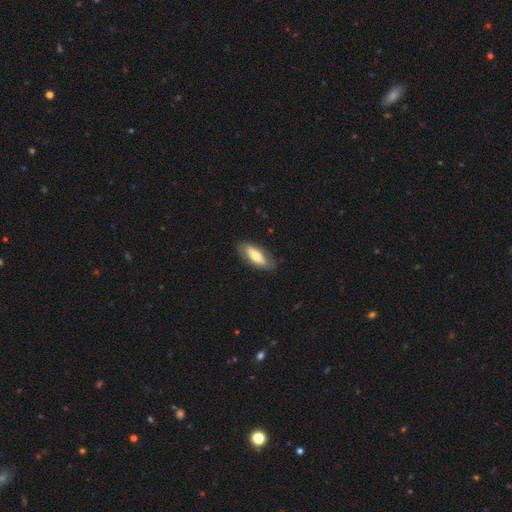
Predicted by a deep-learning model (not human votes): A smooth galaxy with no disk features (60%) that is in between round and cigar-shaped (78%).

Vote fractions:
- Smooth or featured? smooth: 60% / featured or disk: 34% / star or artifact: 6%
- How rounded? in between: 78% / cigar-shaped: 20% / round: 2%
- Merging? none: 80% / minor disturbance: 15% / major disturbance: 4% / merger: 1%